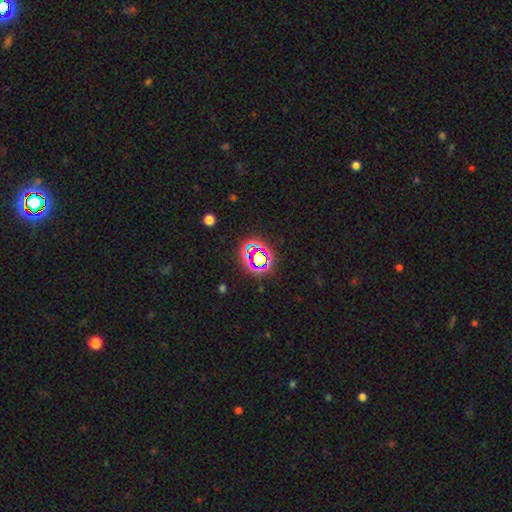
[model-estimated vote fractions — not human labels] This appears to be a star or artifact, not a galaxy (69%).